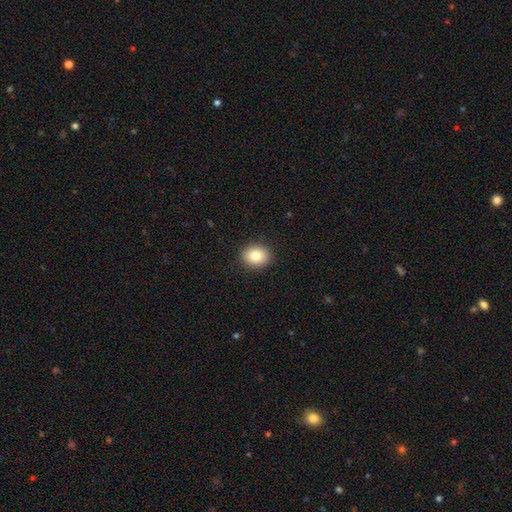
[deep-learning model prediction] smooth_or_featured: smooth (p=0.83) [alt: star or artifact p=0.09]
how_rounded: round (p=0.55) [alt: in between p=0.44]
merging: none (p=0.90) [alt: minor disturbance p=0.07]